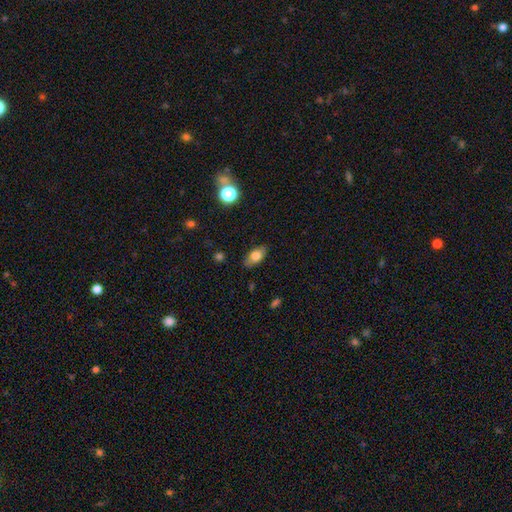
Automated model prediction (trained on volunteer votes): Smooth or featured?
  - smooth: 76% *
  - featured or disk: 16%
  - star or artifact: 8%
How rounded?
  - in between: 89% *
  - round: 6%
  - cigar-shaped: 5%
Merging?
  - none: 82% *
  - minor disturbance: 13%
  - major disturbance: 3%
  - merger: 1%